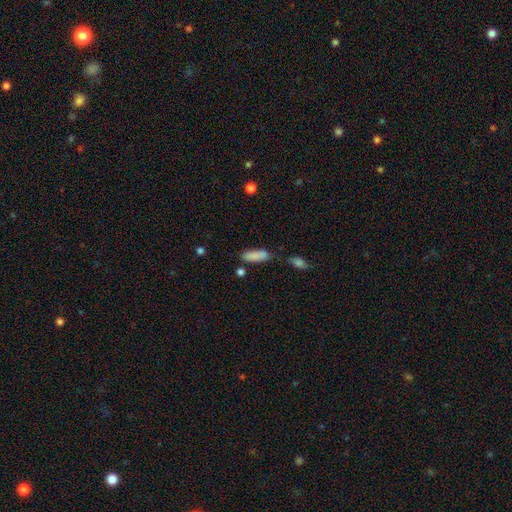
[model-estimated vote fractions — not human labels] A smooth galaxy with no disk features (86%) that is in between round and cigar-shaped (55%). Merging: none (65%).